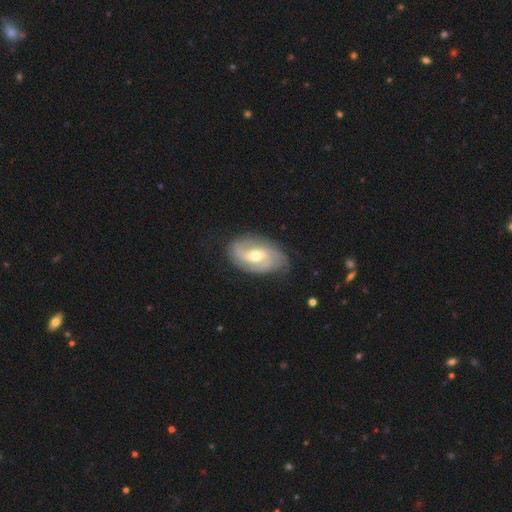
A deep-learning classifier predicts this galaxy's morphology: smooth_or_featured: featured or disk (p=0.84) [alt: smooth p=0.11]
disk_edge_on: no (p=0.96) [alt: yes p=0.04]
bar: weak (p=0.49) [alt: no p=0.34]
has_spiral_arms: yes (p=0.95) [alt: no p=0.05]
spiral_winding: tight (p=0.44) [alt: medium p=0.41]
spiral_arm_count: 2 (p=0.50) [alt: 3 p=0.20]
bulge_size: moderate (p=0.68) [alt: small p=0.26]
merging: none (p=0.76) [alt: minor disturbance p=0.17]